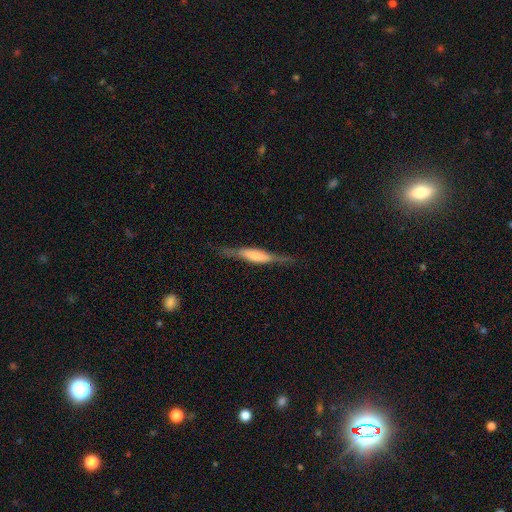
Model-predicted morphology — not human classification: Overall: featured or disk (58%; smooth 35%). Edge-on disk: yes (94%). Edge-on bulge: boxy (51%; rounded 35%). Merging: none (79%).